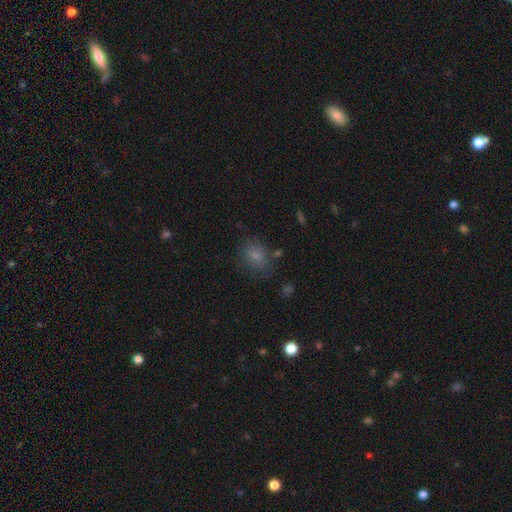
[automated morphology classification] Q: Smooth or featured?
A: smooth (77%); runner-up: star or artifact (13%)
Q: How rounded?
A: in between (51%); runner-up: round (48%)
Q: Merging?
A: none (71%); runner-up: minor disturbance (18%)